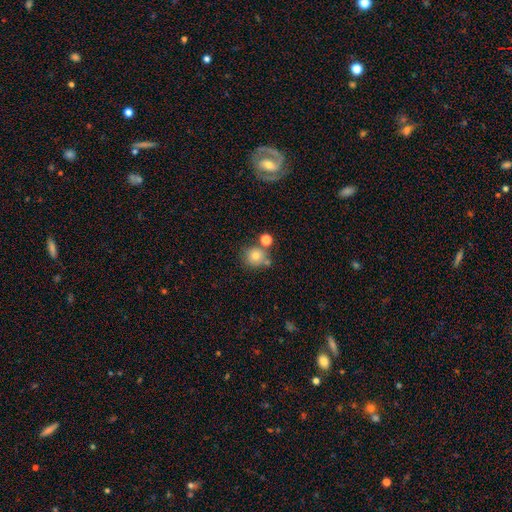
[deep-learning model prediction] A smooth galaxy with no disk features (76%) that is round (89%).

Vote fractions:
- Smooth or featured? smooth: 76% / star or artifact: 14% / featured or disk: 11%
- How rounded? round: 89% / in between: 10% / cigar-shaped: 1%
- Merging? none: 65% / merger: 20% / minor disturbance: 11% / major disturbance: 4%